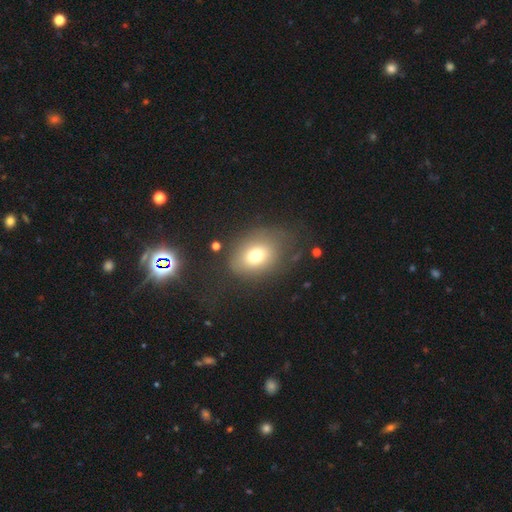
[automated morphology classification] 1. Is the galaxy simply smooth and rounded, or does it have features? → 72% smooth, 15% featured or disk, 13% star or artifact.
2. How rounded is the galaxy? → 60% in between, 39% round, 1% cigar-shaped.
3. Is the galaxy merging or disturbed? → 66% none, 18% minor disturbance, 12% major disturbance, 3% merger.